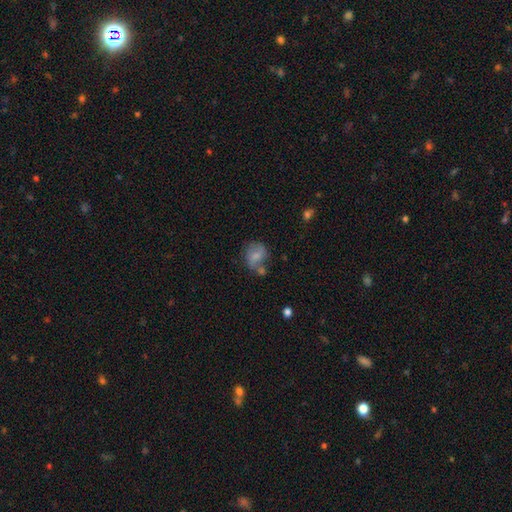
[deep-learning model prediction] Smooth or featured: smooth — 62% (featured or disk — 29%)
How rounded: round — 60% (in between — 38%)
Merging: none — 46% (minor disturbance — 23%)